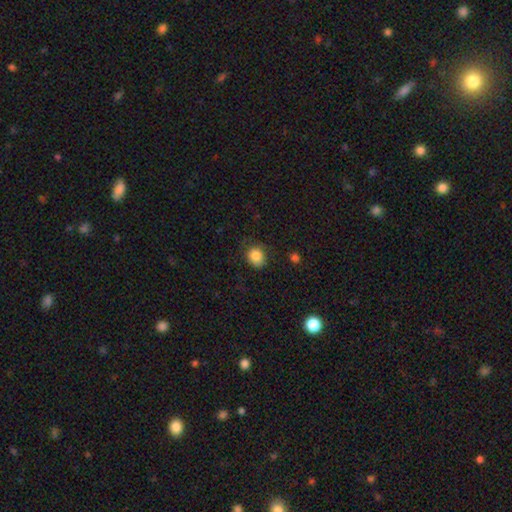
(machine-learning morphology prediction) The model was most divided on "how rounded": round: 70%, in between: 30%, cigar-shaped: 1%. More confident: smooth or featured — smooth (85%); merging — none (76%).